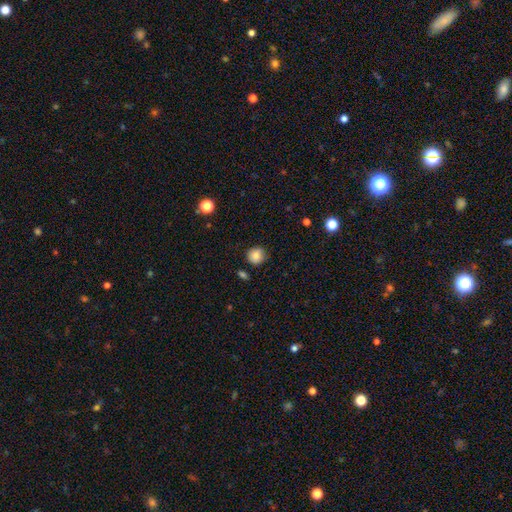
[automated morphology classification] The model was most divided on "merging": none: 80%, minor disturbance: 15%, major disturbance: 3%, merger: 3%. More confident: how rounded — round (88%); smooth or featured — smooth (83%).